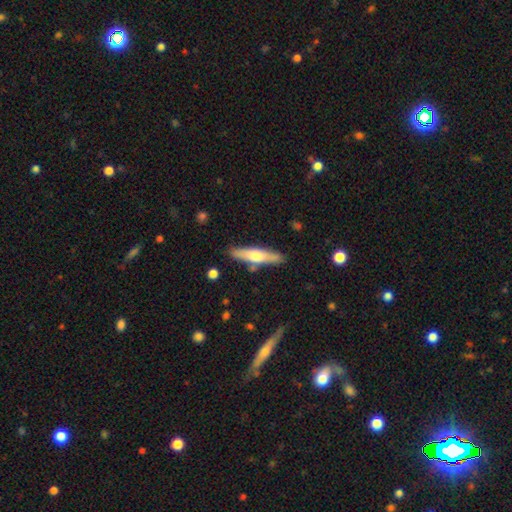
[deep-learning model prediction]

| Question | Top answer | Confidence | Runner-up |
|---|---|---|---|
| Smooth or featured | featured or disk | 48% | smooth (46%) |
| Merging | none | 85% | minor disturbance (10%) |